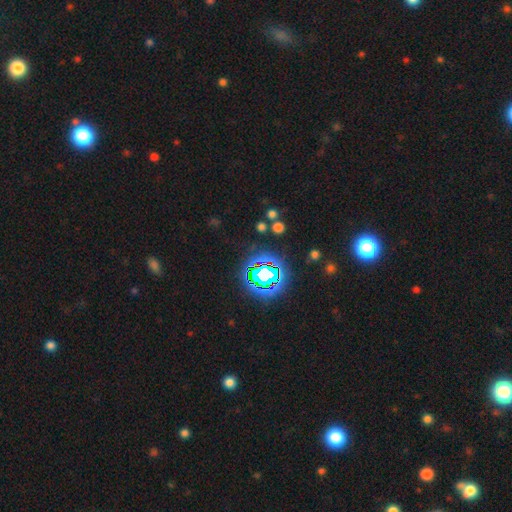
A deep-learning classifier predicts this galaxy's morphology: A star or artifact, not a galaxy (81%).

Vote fractions:
- Smooth or featured? star or artifact: 81% / smooth: 12% / featured or disk: 7%